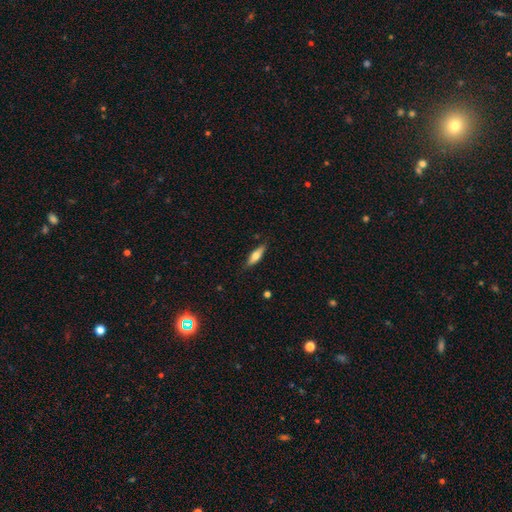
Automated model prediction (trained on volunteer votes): A smooth galaxy with no disk features (60%) that is cigar-shaped (55%).

Vote fractions:
- Smooth or featured? smooth: 60% / featured or disk: 34% / star or artifact: 7%
- How rounded? cigar-shaped: 55% / in between: 43% / round: 2%
- Merging? none: 84% / minor disturbance: 13% / major disturbance: 2% / merger: 1%